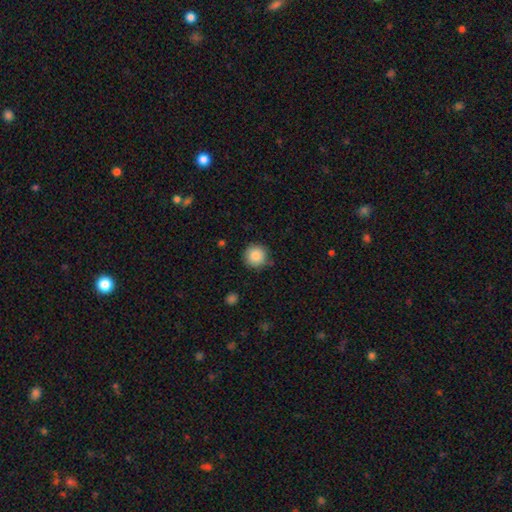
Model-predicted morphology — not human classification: Q: Smooth or featured?
A: smooth (86%); runner-up: star or artifact (9%)
Q: How rounded?
A: round (96%); runner-up: in between (3%)
Q: Merging?
A: none (85%); runner-up: minor disturbance (11%)